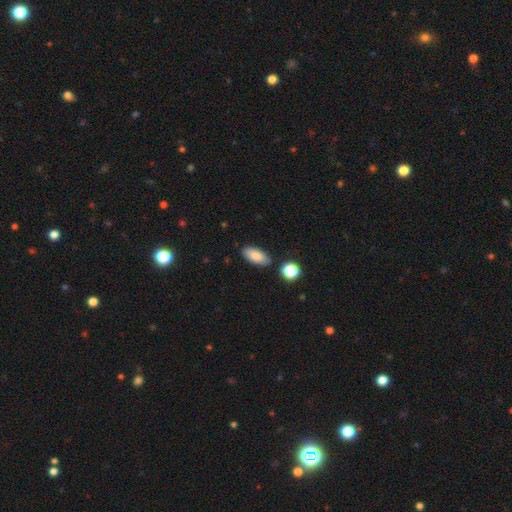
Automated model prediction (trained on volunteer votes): Q: Smooth or featured?
A: smooth (86%); runner-up: star or artifact (7%)
Q: How rounded?
A: in between (89%); runner-up: cigar-shaped (8%)
Q: Merging?
A: none (83%); runner-up: minor disturbance (10%)